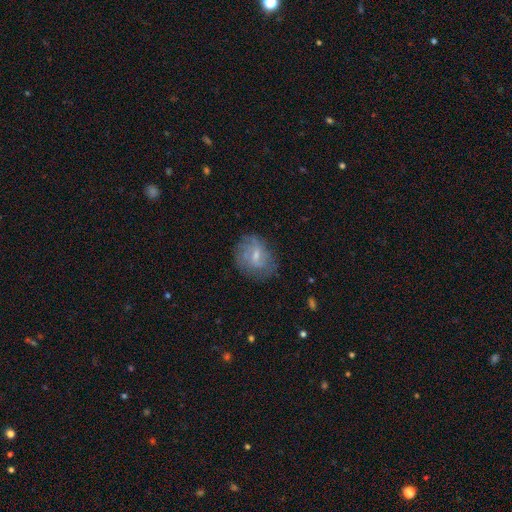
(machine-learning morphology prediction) Smooth or featured? featured or disk (52%)
Edge-on disk? no (96%)
Merging? none (69%)